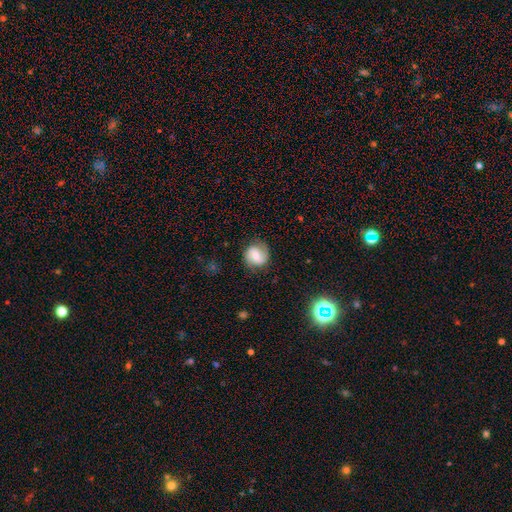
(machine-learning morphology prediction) Smooth or featured: featured or disk — 51% (smooth — 40%)
Edge-on disk: no — 97% (yes — 3%)
Merging: none — 78% (minor disturbance — 16%)